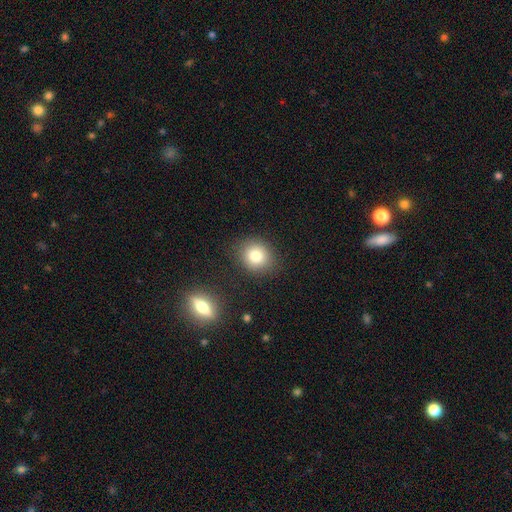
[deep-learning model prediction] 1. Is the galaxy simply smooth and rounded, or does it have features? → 79% smooth, 12% star or artifact, 10% featured or disk.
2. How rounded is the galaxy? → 74% round, 25% in between, 1% cigar-shaped.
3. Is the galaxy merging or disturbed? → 86% none, 9% minor disturbance, 3% major disturbance, 2% merger.